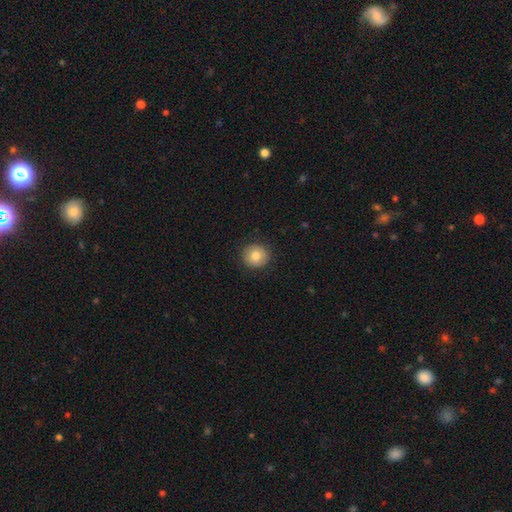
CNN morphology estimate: A smooth galaxy with no disk features (80%) that is round (93%).

Vote fractions:
- Smooth or featured? smooth: 80% / featured or disk: 12% / star or artifact: 9%
- How rounded? round: 93% / in between: 6% / cigar-shaped: 1%
- Merging? none: 90% / minor disturbance: 7% / major disturbance: 2% / merger: 1%